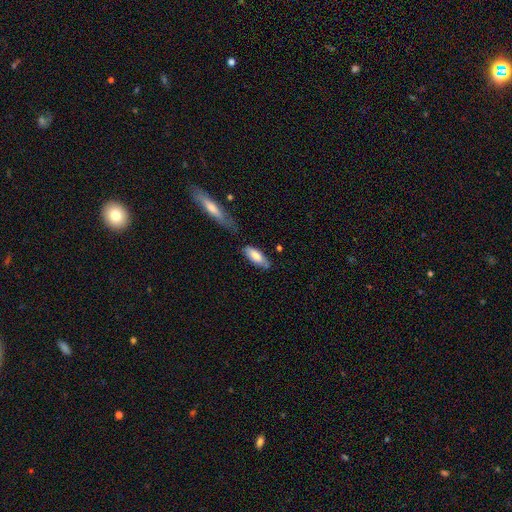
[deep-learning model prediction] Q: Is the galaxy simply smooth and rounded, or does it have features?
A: smooth — 78%.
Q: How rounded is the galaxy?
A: in between — 73%.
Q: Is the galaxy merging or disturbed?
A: none — 61%.